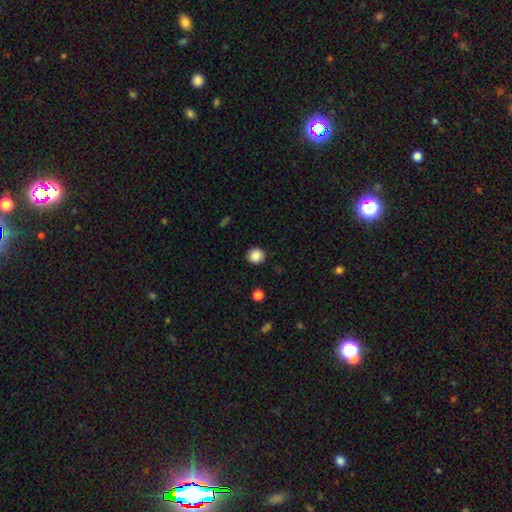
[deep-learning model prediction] smooth 87%, star or artifact 9%, featured or disk 4%. Down the decision tree: how rounded — round (91%); merging — none (91%).